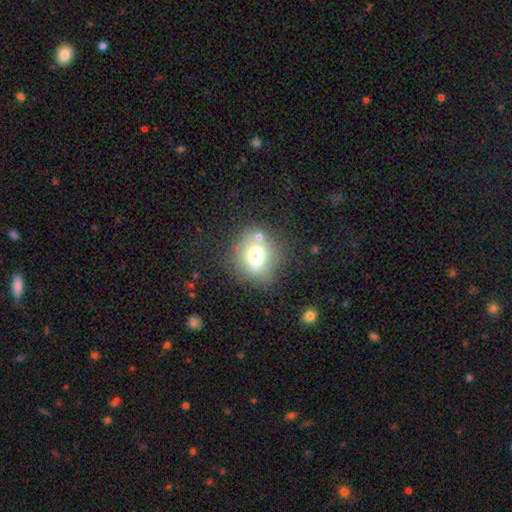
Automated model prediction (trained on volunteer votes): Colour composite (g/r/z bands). It shows a smooth galaxy with no disk features (69%) that is round (61%). Merging: none (66%).